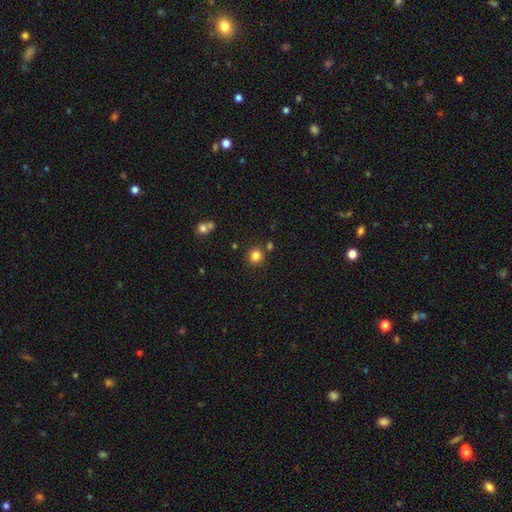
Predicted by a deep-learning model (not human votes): Smooth or featured? Predicted: smooth (p=0.83). How rounded? Predicted: round (p=0.92). Merging? Predicted: none (p=0.83).